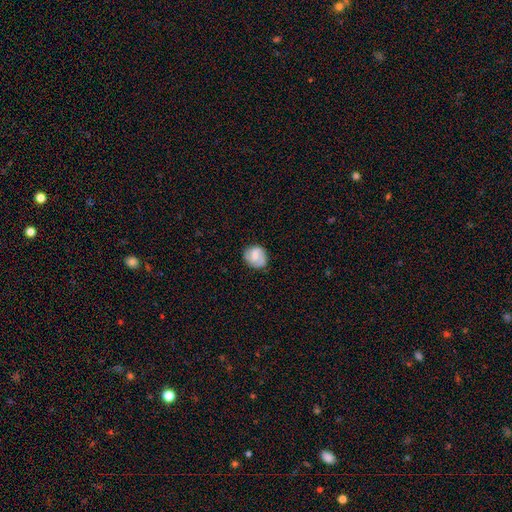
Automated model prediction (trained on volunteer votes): This is possibly a featured or disk galaxy (48%). Merging: likely none (75%).